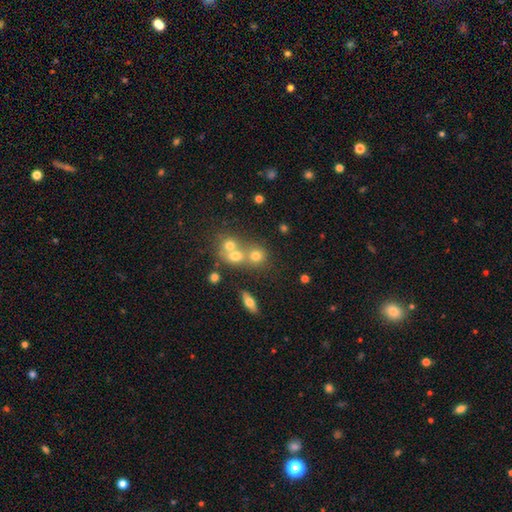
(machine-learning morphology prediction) Smooth or featured? Predicted: smooth (p=0.69). How rounded? Predicted: round (p=0.80). Merging? Predicted: none (p=0.48).